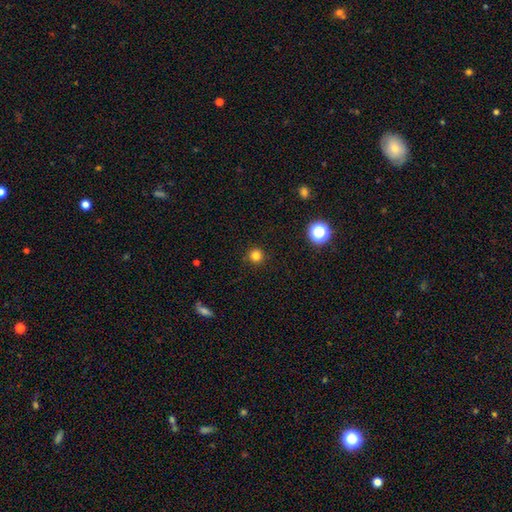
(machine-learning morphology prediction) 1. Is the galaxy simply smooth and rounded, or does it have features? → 81% smooth, 15% star or artifact, 4% featured or disk.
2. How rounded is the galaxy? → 95% round, 4% in between, 1% cigar-shaped.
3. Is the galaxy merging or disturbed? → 91% none, 6% minor disturbance, 2% major disturbance, 1% merger.